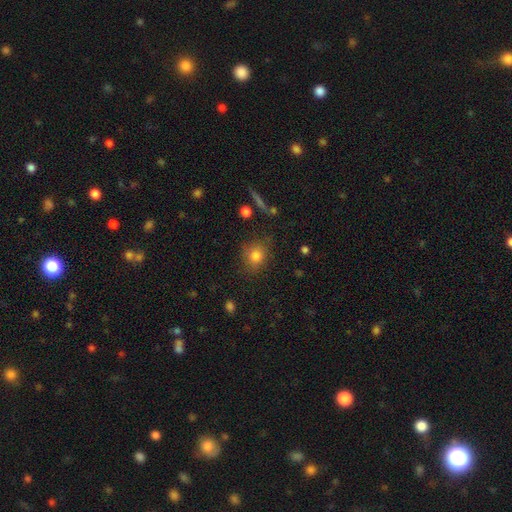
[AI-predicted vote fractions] smooth_or_featured: smooth (p=0.81) [alt: star or artifact p=0.11]
how_rounded: round (p=0.75) [alt: in between p=0.23]
merging: none (p=0.78) [alt: minor disturbance p=0.14]